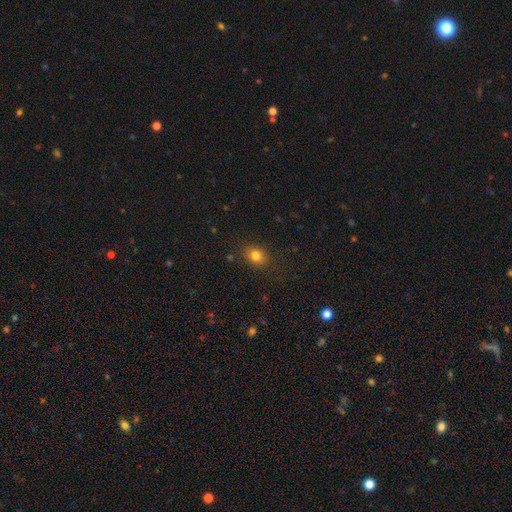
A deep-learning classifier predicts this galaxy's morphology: Q: Smooth or featured?
A: smooth (80%); runner-up: star or artifact (13%)
Q: How rounded?
A: round (50%); runner-up: in between (49%)
Q: Merging?
A: none (84%); runner-up: minor disturbance (11%)